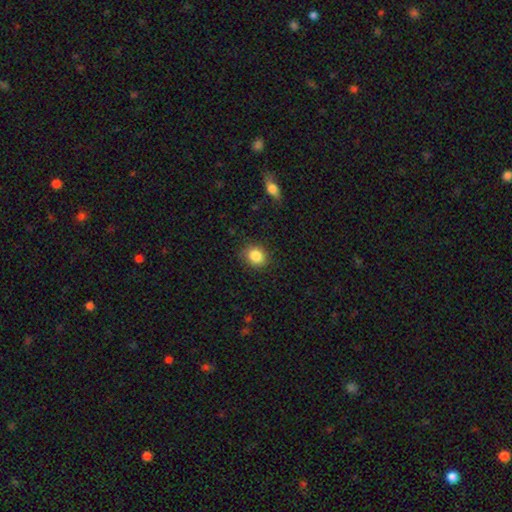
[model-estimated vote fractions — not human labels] This appears to be a smooth galaxy with no disk features (86%) that is round (68%). Merging: none (86%).